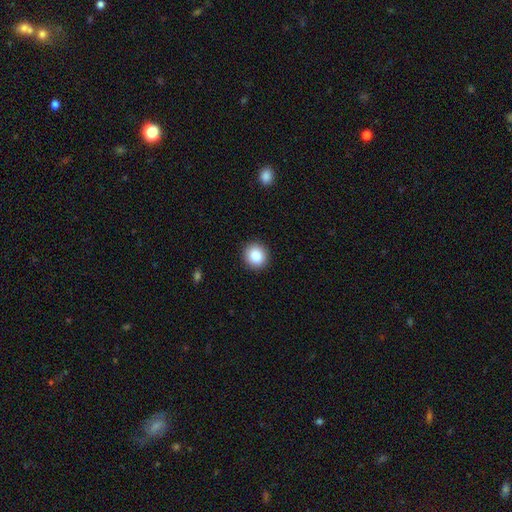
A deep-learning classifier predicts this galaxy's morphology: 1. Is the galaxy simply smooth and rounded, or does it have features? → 85% smooth, 9% star or artifact, 6% featured or disk.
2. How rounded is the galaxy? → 90% round, 9% in between, 1% cigar-shaped.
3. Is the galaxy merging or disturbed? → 92% none, 5% minor disturbance, 2% major disturbance, 1% merger.